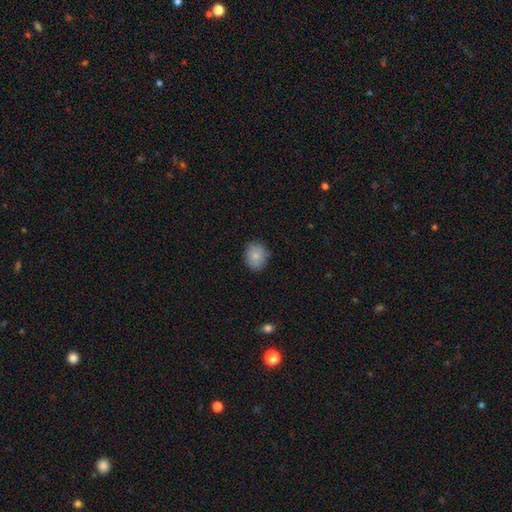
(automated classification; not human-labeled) Overall: smooth (84%). How rounded: round (62%; in between 37%). Merging: none (82%).